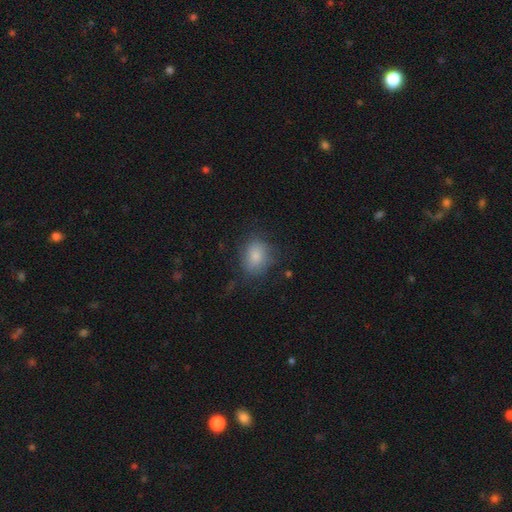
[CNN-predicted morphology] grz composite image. It shows a smooth galaxy with no disk features (81%) that is round (52%). Merging: none (67%).